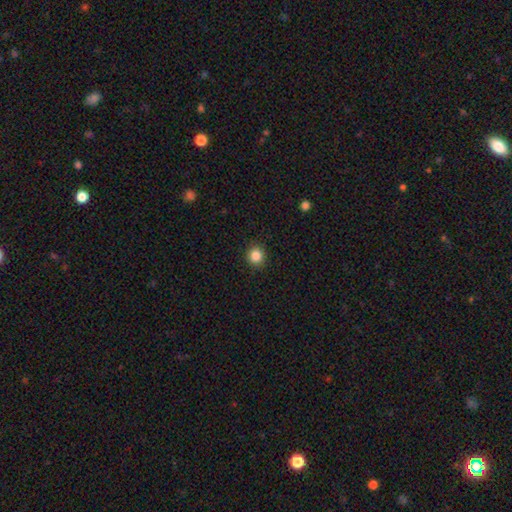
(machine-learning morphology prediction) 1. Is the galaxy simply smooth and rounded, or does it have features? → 85% smooth, 11% star or artifact, 4% featured or disk.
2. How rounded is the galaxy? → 91% round, 8% in between, 1% cigar-shaped.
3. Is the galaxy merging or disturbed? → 92% none, 6% minor disturbance, 2% major disturbance, 1% merger.